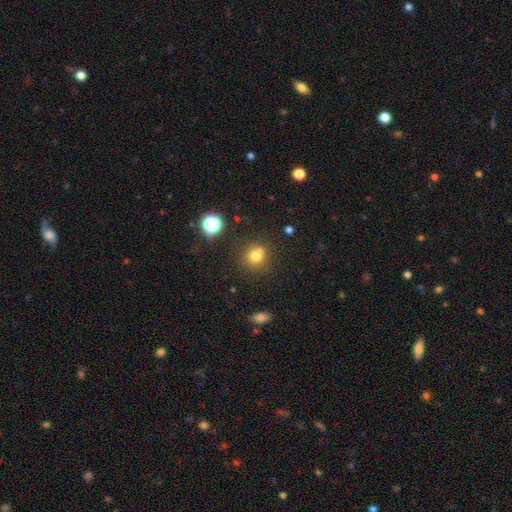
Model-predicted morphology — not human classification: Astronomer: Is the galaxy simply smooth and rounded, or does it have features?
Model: smooth — 70%.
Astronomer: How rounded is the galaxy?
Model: round — 85%.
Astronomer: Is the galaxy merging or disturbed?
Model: none — 58%.